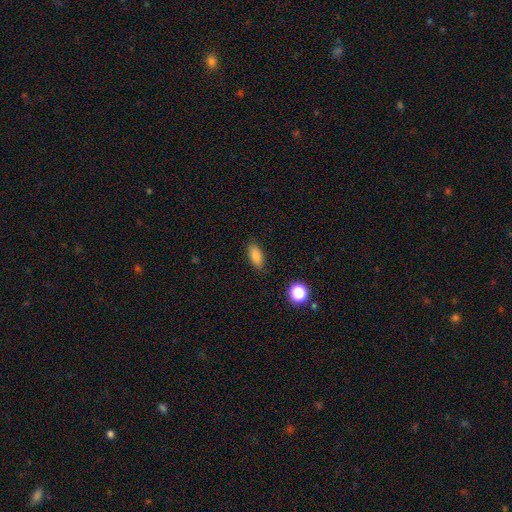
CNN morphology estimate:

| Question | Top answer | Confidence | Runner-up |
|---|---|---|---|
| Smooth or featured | smooth | 84% | star or artifact (10%) |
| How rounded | in between | 81% | cigar-shaped (15%) |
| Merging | none | 85% | minor disturbance (11%) |